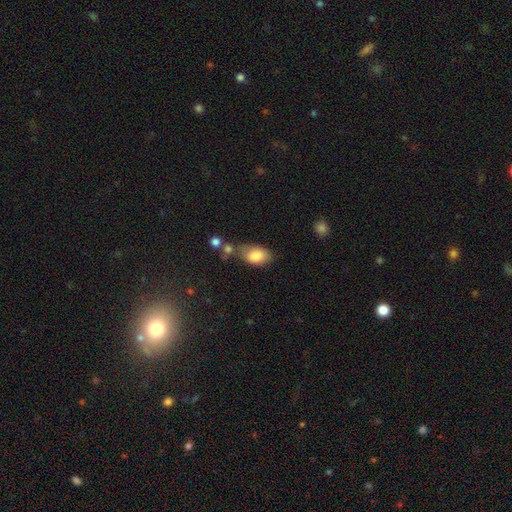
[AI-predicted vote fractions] A smooth galaxy with no disk features (84%) that is in between round and cigar-shaped (91%). Merging: none (48%).